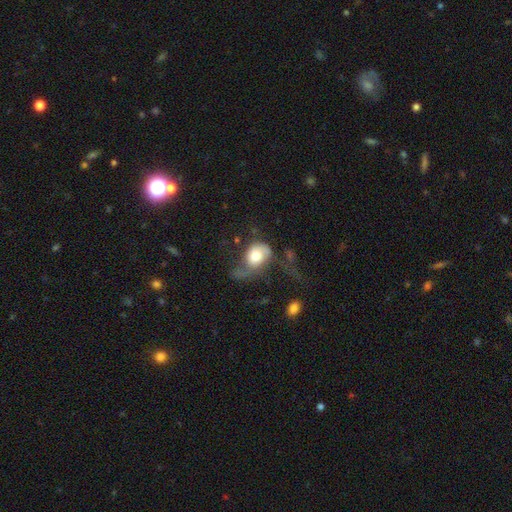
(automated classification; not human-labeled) A smooth galaxy with no disk features (60%) that is in between round and cigar-shaped (58%).

Vote fractions:
- Smooth or featured? smooth: 60% / featured or disk: 33% / star or artifact: 8%
- How rounded? in between: 58% / round: 40% / cigar-shaped: 1%
- Merging? major disturbance: 52% / minor disturbance: 21% / none: 20% / merger: 7%